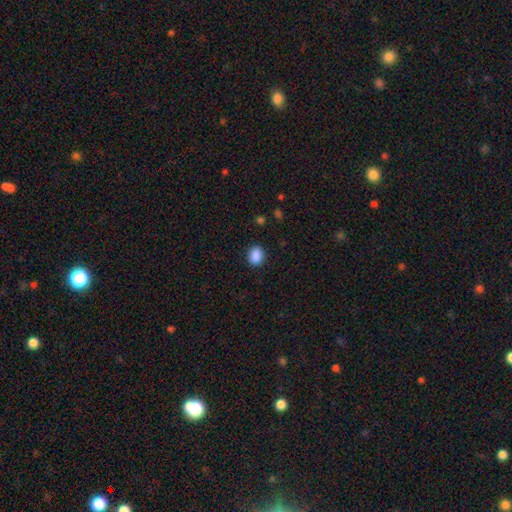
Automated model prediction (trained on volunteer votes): Morphology: type=smooth (89%); roundness=round (52%); merging=none (88%).